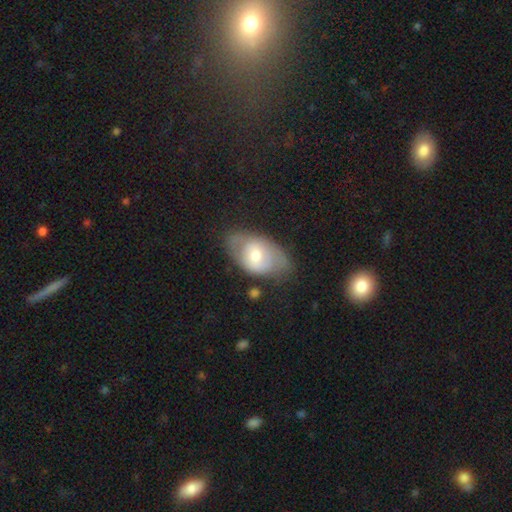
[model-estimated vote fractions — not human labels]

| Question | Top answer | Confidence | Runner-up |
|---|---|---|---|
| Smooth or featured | smooth | 51% | featured or disk (42%) |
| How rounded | in between | 87% | round (11%) |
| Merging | none | 58% | minor disturbance (28%) |